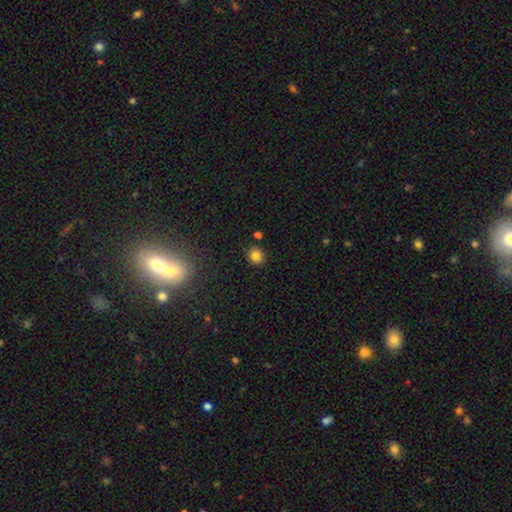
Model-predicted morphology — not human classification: type=smooth (82%); roundness=round (83%); merging=none (85%).